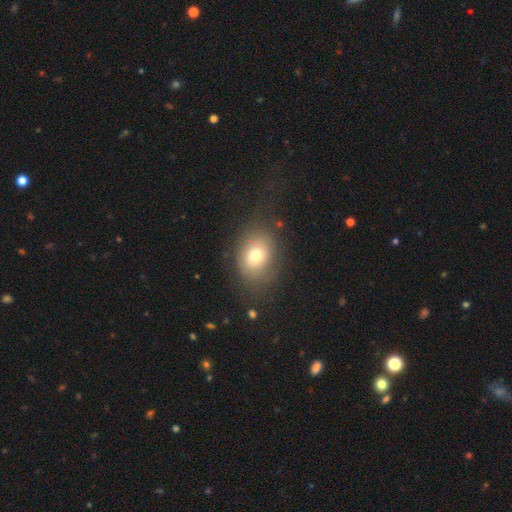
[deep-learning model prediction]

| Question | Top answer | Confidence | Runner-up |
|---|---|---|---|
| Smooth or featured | smooth | 73% | featured or disk (15%) |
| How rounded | in between | 61% | round (38%) |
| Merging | none | 68% | minor disturbance (18%) |